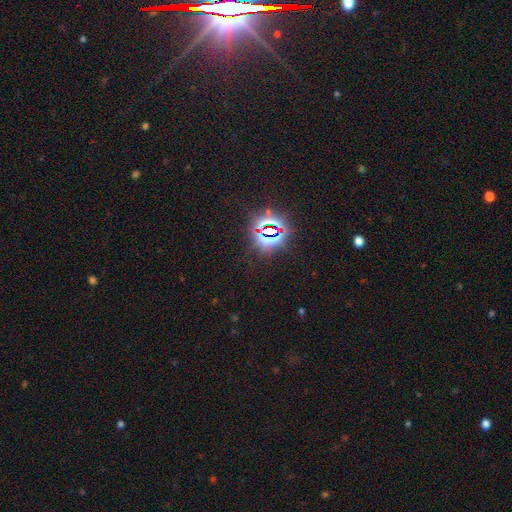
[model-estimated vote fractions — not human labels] Smooth or featured: star or artifact — 82% (smooth — 10%)